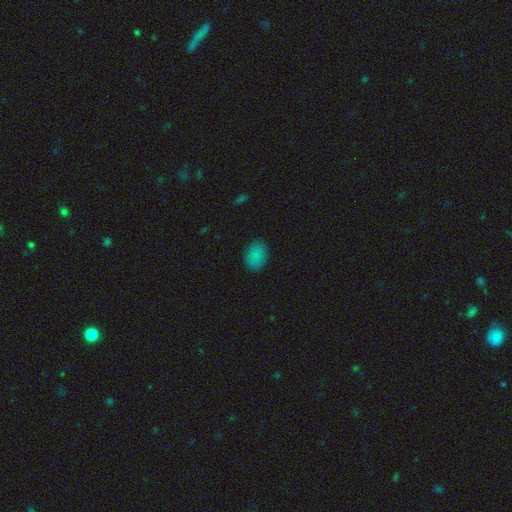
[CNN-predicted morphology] smooth_or_featured: smooth (p=0.86) [alt: star or artifact p=0.10]
how_rounded: in between (p=0.80) [alt: round p=0.19]
merging: none (p=0.84) [alt: minor disturbance p=0.12]